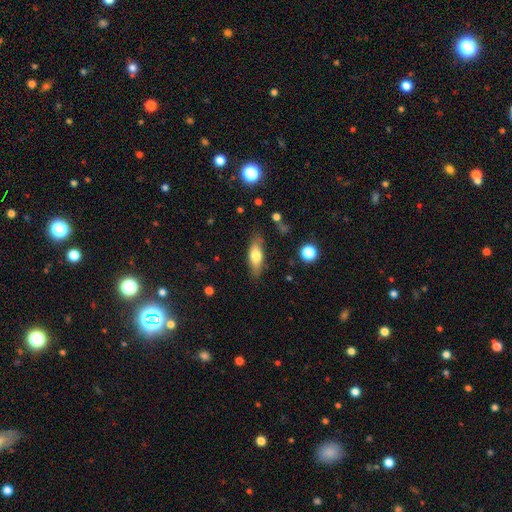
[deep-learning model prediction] Smooth or featured? smooth (63%)
How rounded? in between (62%)
Merging? none (81%)